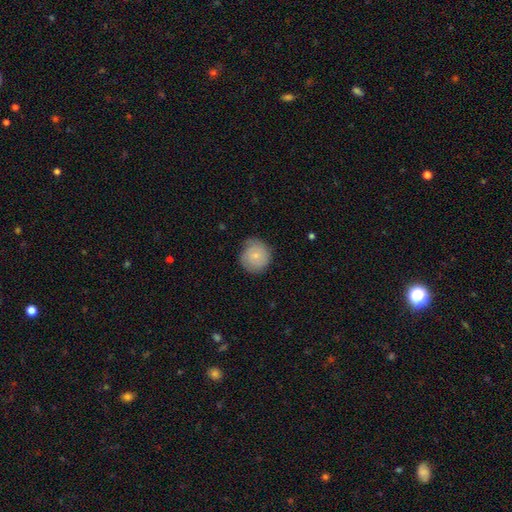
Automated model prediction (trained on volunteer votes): Overall: smooth (68%). How rounded: round (90%). Merging: none (69%).